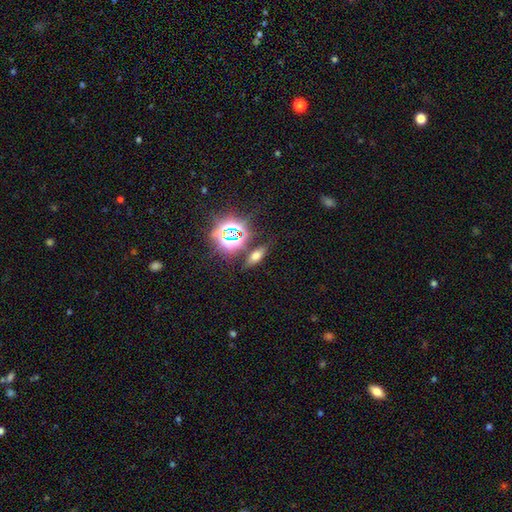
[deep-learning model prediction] Overall: smooth (53%; star or artifact 32%). How rounded: in between (67%). Merging: none (81%).